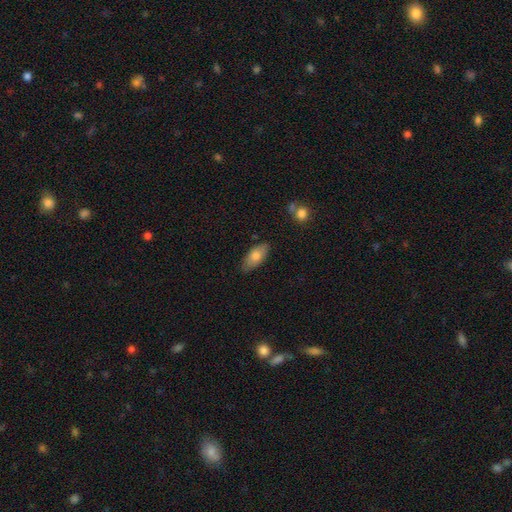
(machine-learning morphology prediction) A smooth galaxy with no disk features (78%) that is in between round and cigar-shaped (88%). Merging: none (81%).